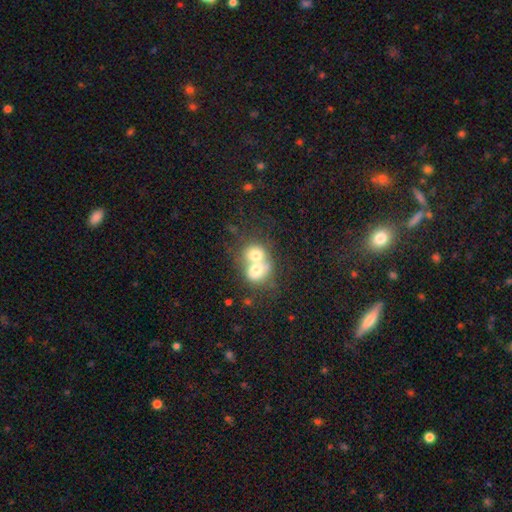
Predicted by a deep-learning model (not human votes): smooth_or_featured: smooth (p=0.66) [alt: featured or disk p=0.24]
how_rounded: round (p=0.60) [alt: in between p=0.39]
merging: merger (p=0.76) [alt: none p=0.15]